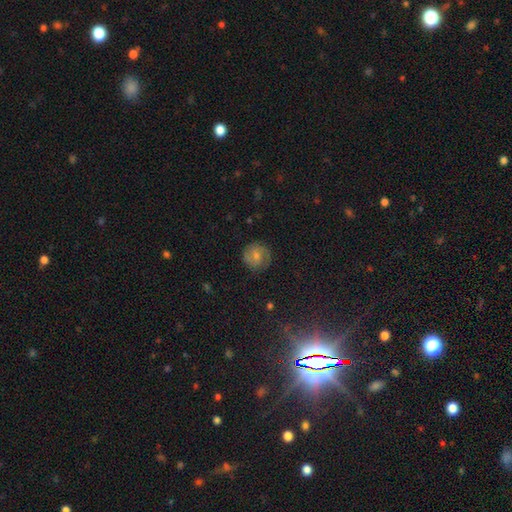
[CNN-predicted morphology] A featured or disk galaxy (48%).

Vote fractions:
- Smooth or featured? featured or disk: 48% / smooth: 43% / star or artifact: 9%
- Merging? none: 81% / minor disturbance: 14% / major disturbance: 4% / merger: 1%